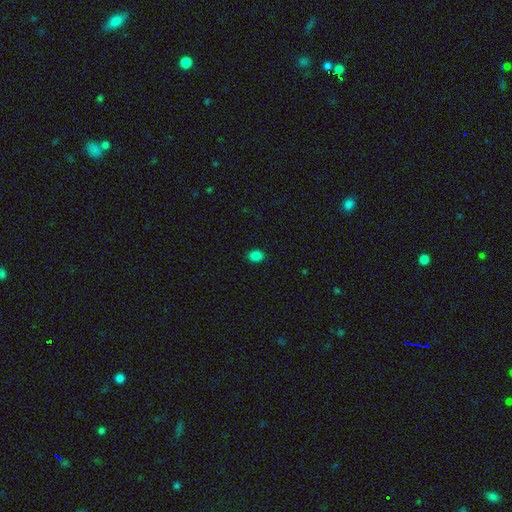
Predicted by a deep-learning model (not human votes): smooth-or-featured: smooth: 84% | star or artifact: 13% | featured or disk: 3%
  how-rounded: in between: 64% | round: 35% | cigar-shaped: 1%
  merging: none: 90% | minor disturbance: 7% | major disturbance: 2% | merger: 1%